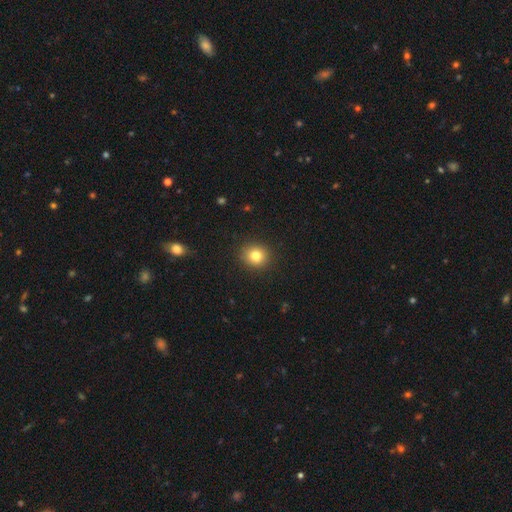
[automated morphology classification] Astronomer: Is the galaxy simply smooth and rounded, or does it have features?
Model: smooth — 81%.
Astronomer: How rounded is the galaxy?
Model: round — 86%.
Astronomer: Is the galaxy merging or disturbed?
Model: none — 90%.